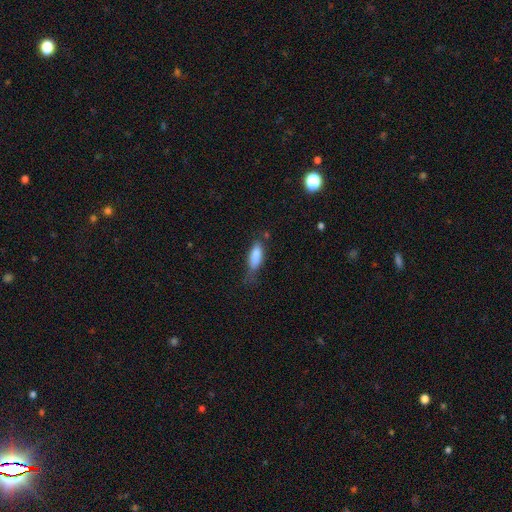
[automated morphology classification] Overall: smooth (82%). How rounded: in between (63%; cigar-shaped 35%). Merging: none (48%; minor disturbance 33%).